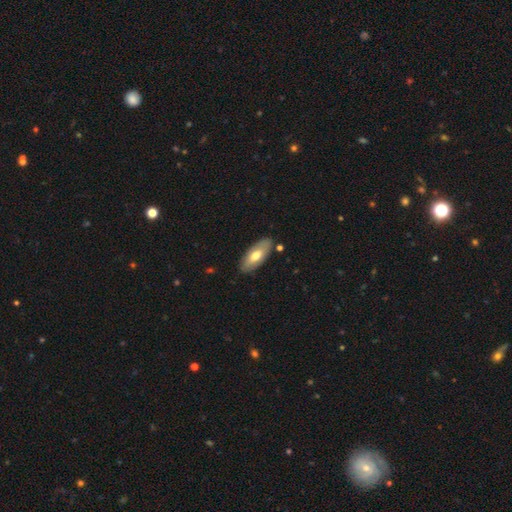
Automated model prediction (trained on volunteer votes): Morphology: type=smooth (65%); roundness=in between (86%); merging=none (85%).